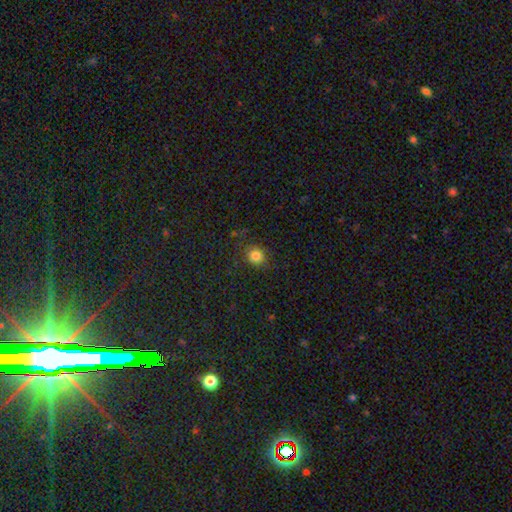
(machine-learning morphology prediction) This appears to be a smooth galaxy with no disk features (82%) that is round (84%). Merging: none (84%).